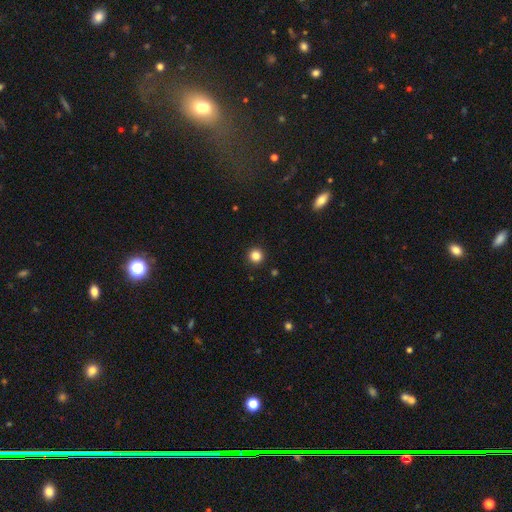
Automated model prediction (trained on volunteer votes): Q: Smooth or featured?
A: smooth (84%); runner-up: star or artifact (12%)
Q: How rounded?
A: round (96%); runner-up: in between (4%)
Q: Merging?
A: none (94%); runner-up: minor disturbance (4%)